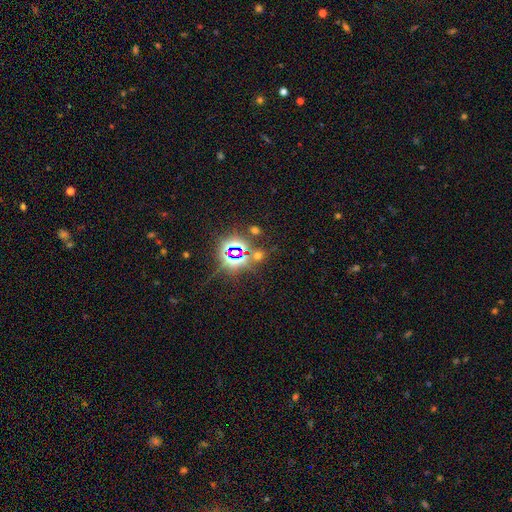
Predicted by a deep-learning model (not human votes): smooth_or_featured: star or artifact (p=0.80) [alt: smooth p=0.12]